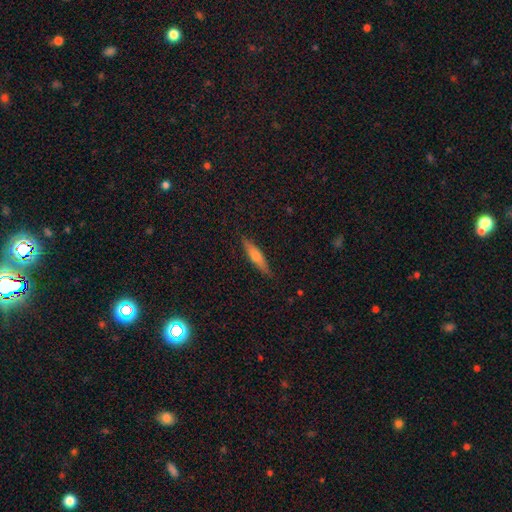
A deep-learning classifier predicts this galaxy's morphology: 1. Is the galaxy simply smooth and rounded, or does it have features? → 62% smooth, 32% featured or disk, 6% star or artifact.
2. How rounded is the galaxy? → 77% cigar-shaped, 21% in between, 2% round.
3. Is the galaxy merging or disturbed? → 87% none, 10% minor disturbance, 2% major disturbance, 1% merger.